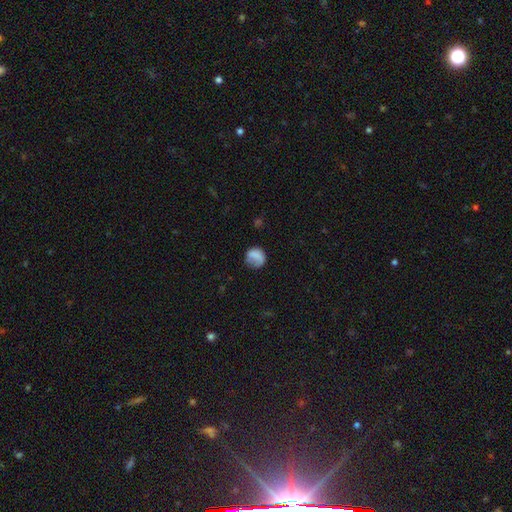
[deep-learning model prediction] This is likely a smooth galaxy (76%). How rounded: likely round (79%). Merging: possibly none (54%).